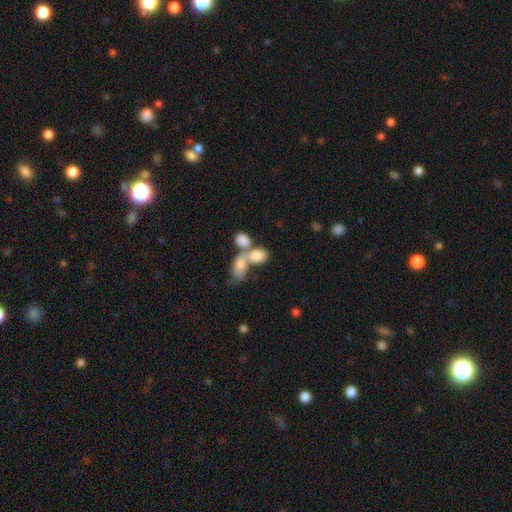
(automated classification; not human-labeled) This is likely a smooth galaxy (76%). How rounded: clearly in between (83%). Merging: likely merger (68%).